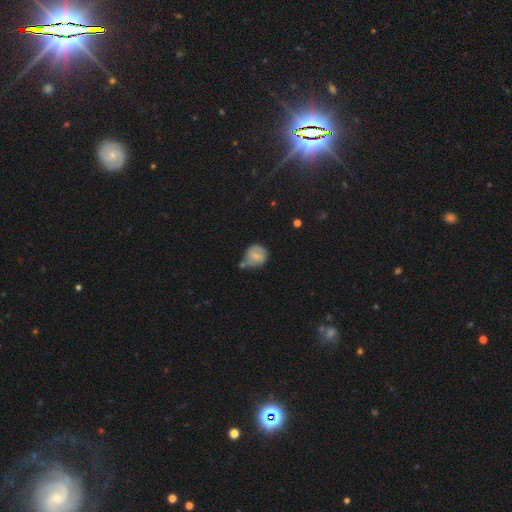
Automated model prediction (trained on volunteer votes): smooth_or_featured: smooth (p=0.61) [alt: featured or disk p=0.29]
how_rounded: round (p=0.75) [alt: in between p=0.23]
merging: none (p=0.46) [alt: minor disturbance p=0.30]